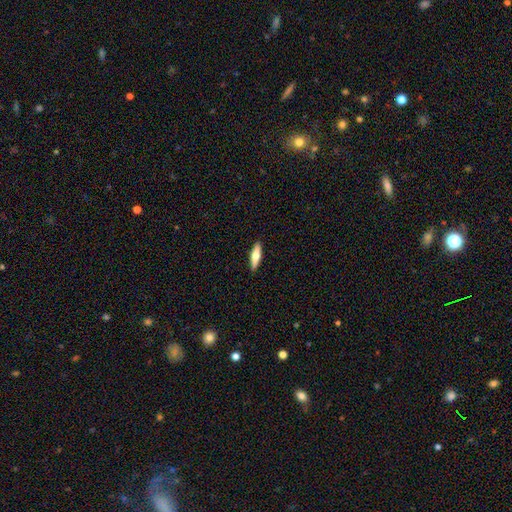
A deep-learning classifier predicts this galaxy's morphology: This is possibly a smooth galaxy (59%). How rounded: likely cigar-shaped (68%). Merging: clearly none (91%).